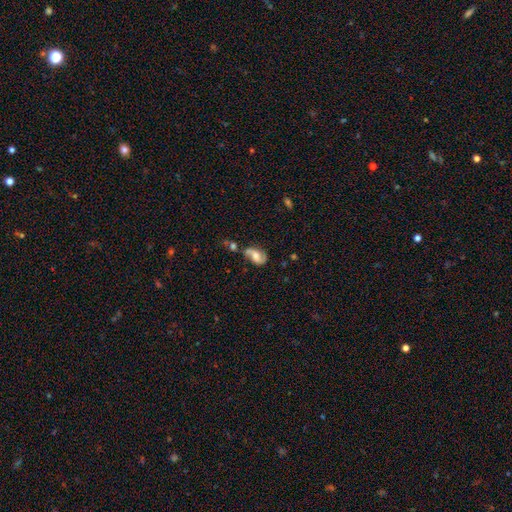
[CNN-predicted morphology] featured or disk 62%, smooth 29%, star or artifact 8%. Down the decision tree: edge-on disk — no (96%); bar — no (51%); spiral arms — yes (88%); spiral arm count — 2 (85%); spiral winding — loose (49%); bulge size — moderate (55%); merging — none (47%).